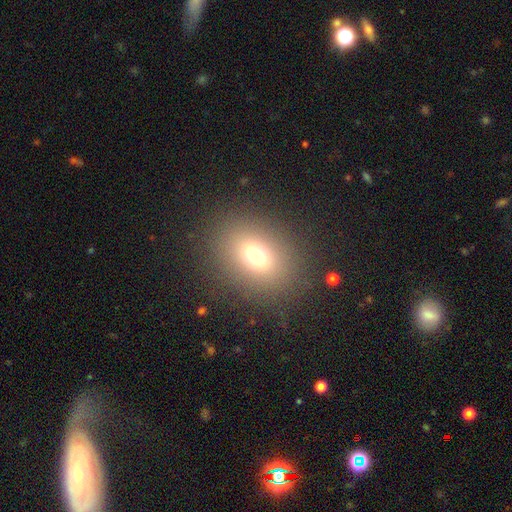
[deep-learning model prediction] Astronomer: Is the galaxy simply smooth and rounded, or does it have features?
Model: smooth — 71%.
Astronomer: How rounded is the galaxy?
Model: in between — 56% (runner-up: round, 42%).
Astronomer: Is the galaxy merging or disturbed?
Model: none — 85%.